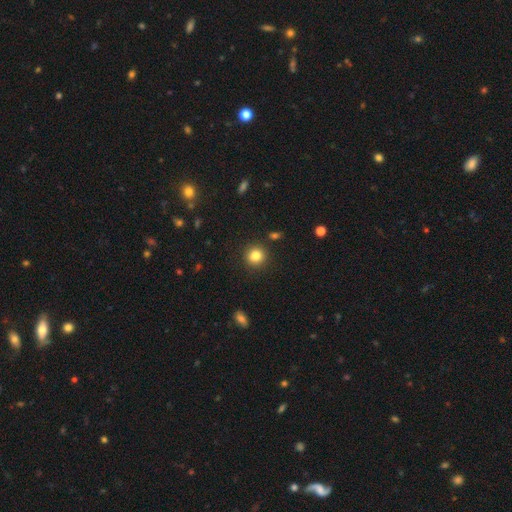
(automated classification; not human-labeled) Smooth or featured?
  - smooth: 83% *
  - star or artifact: 11%
  - featured or disk: 6%
How rounded?
  - round: 91% *
  - in between: 9%
  - cigar-shaped: 1%
Merging?
  - none: 90% *
  - minor disturbance: 6%
  - major disturbance: 2%
  - merger: 2%